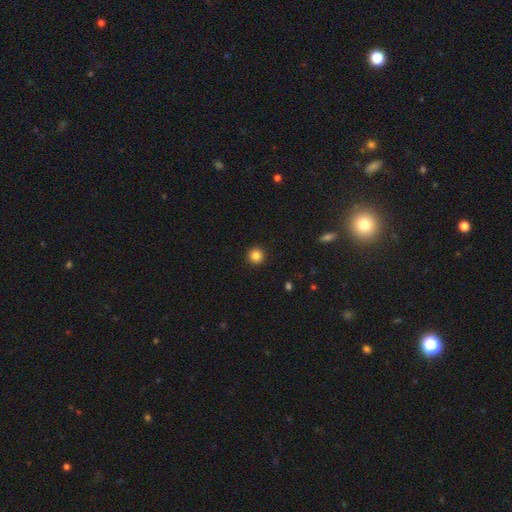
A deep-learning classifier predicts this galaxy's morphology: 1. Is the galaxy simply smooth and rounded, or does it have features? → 85% smooth, 11% star or artifact, 4% featured or disk.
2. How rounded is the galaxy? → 95% round, 4% in between, 1% cigar-shaped.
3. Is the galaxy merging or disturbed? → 93% none, 4% minor disturbance, 2% major disturbance, 1% merger.